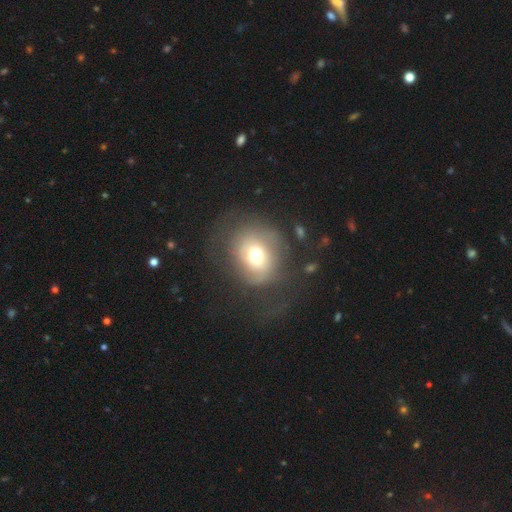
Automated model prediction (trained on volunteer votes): Morphology: type=smooth (57%); roundness=round (65%); merging=none (47%).